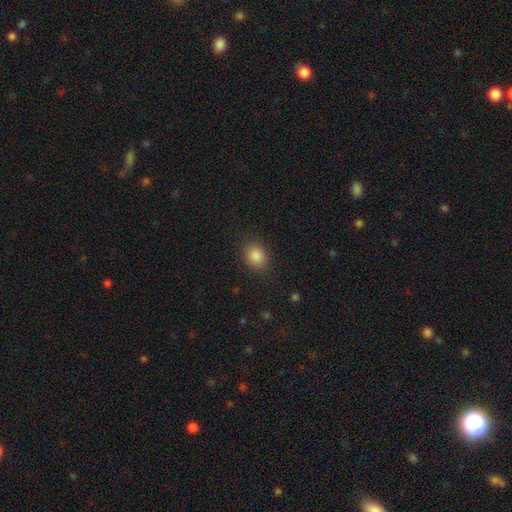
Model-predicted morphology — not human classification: A smooth galaxy with no disk features (86%) that is round (50%).

Vote fractions:
- Smooth or featured? smooth: 86% / star or artifact: 10% / featured or disk: 4%
- How rounded? round: 50% / in between: 49% / cigar-shaped: 1%
- Merging? none: 86% / minor disturbance: 9% / major disturbance: 3% / merger: 1%